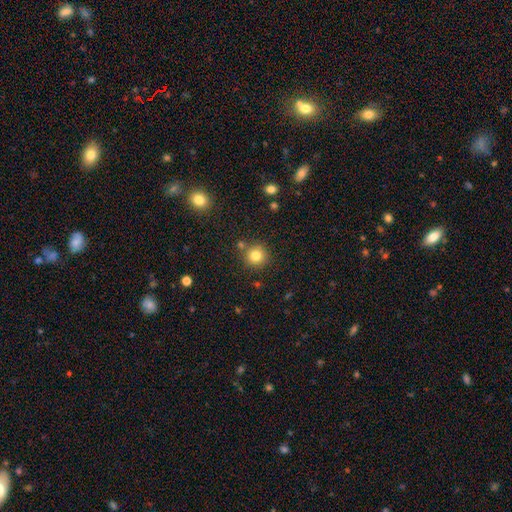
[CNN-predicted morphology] The model was most divided on "smooth or featured": smooth: 81%, star or artifact: 12%, featured or disk: 7%. More confident: how rounded — round (94%); merging — none (82%).